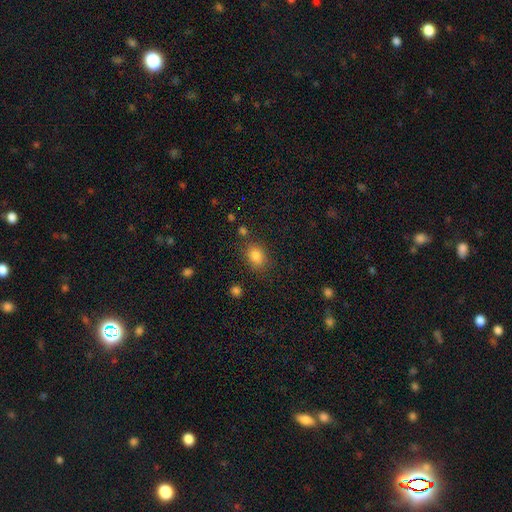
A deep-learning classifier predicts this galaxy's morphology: The model was most divided on "how rounded": in between: 67%, round: 32%, cigar-shaped: 1%. More confident: smooth or featured — smooth (83%); merging — none (79%).